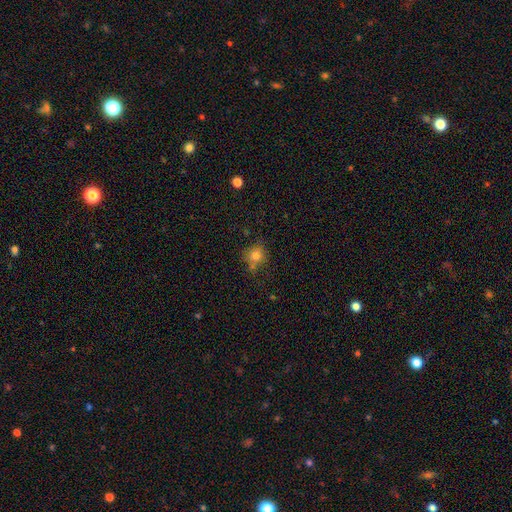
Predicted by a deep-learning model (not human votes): The model was most divided on "merging": none: 67%, minor disturbance: 18%, merger: 10%, major disturbance: 5%. More confident: how rounded — round (82%); smooth or featured — smooth (77%).